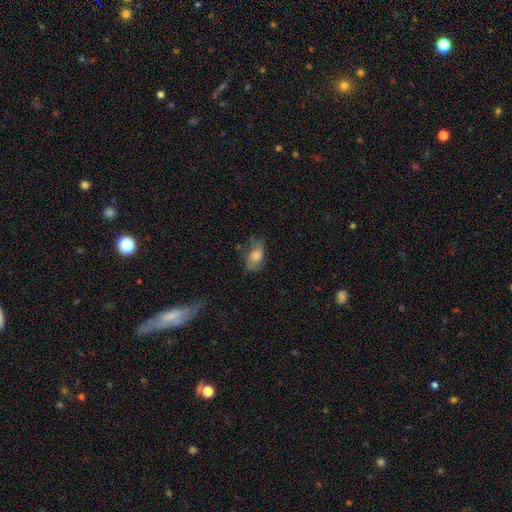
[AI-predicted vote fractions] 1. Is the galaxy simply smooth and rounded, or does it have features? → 47% smooth, 42% featured or disk, 11% star or artifact.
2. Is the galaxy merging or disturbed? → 58% none, 26% minor disturbance, 14% major disturbance, 2% merger.